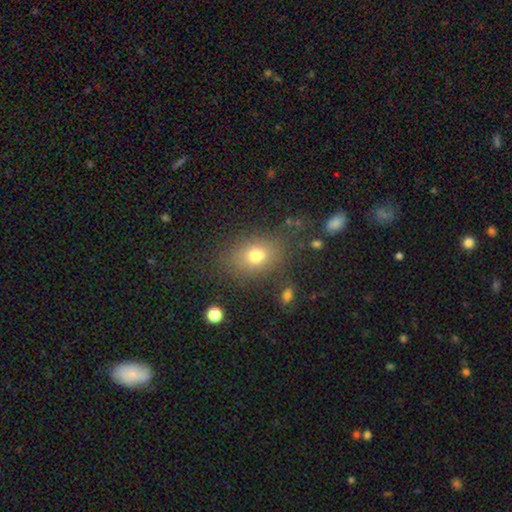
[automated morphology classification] Q: Smooth or featured?
A: smooth (73%); runner-up: star or artifact (14%)
Q: How rounded?
A: in between (66%); runner-up: round (32%)
Q: Merging?
A: none (74%); runner-up: minor disturbance (14%)